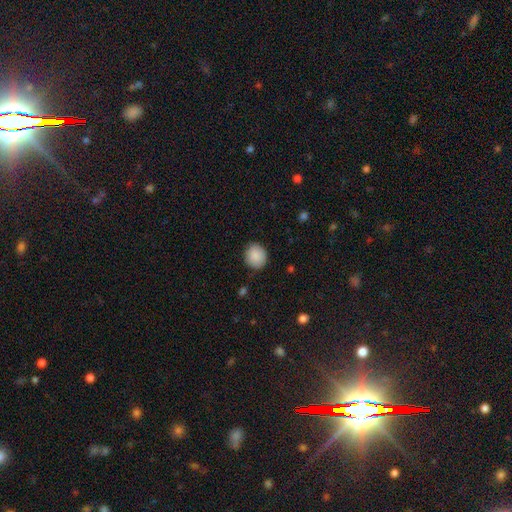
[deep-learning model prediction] Q: Smooth or featured?
A: smooth (89%); runner-up: star or artifact (7%)
Q: How rounded?
A: round (76%); runner-up: in between (23%)
Q: Merging?
A: none (87%); runner-up: minor disturbance (9%)